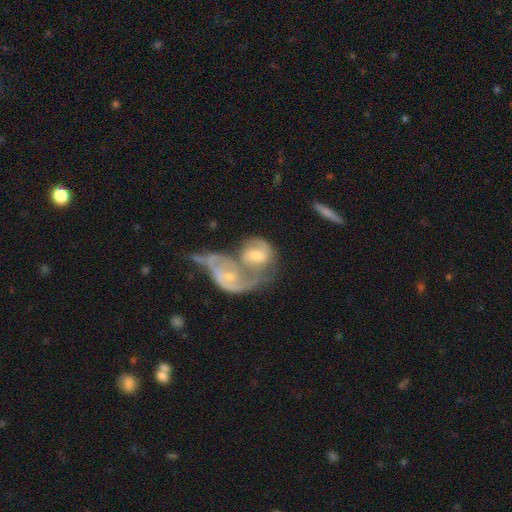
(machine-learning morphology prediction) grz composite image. It shows a featured or disk galaxy (72%) with no bar (58%), 2 (58%) medium (42%) spiral arms (81%) and a moderate central bulge (48%). Merging: merger (77%).